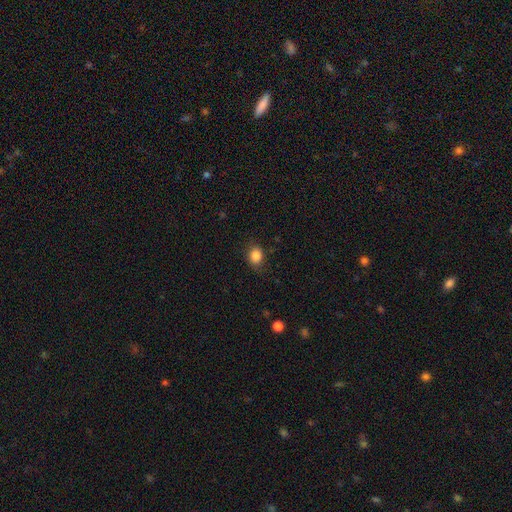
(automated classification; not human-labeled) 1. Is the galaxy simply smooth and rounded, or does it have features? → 85% smooth, 10% star or artifact, 5% featured or disk.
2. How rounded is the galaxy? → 57% round, 42% in between, 1% cigar-shaped.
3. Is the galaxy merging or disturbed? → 79% none, 16% minor disturbance, 4% major disturbance, 1% merger.